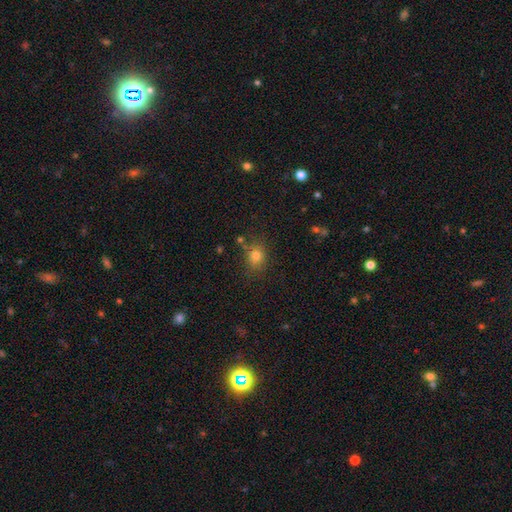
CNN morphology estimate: Q: Smooth or featured?
A: smooth (77%); runner-up: star or artifact (15%)
Q: How rounded?
A: round (58%); runner-up: in between (40%)
Q: Merging?
A: none (77%); runner-up: minor disturbance (14%)